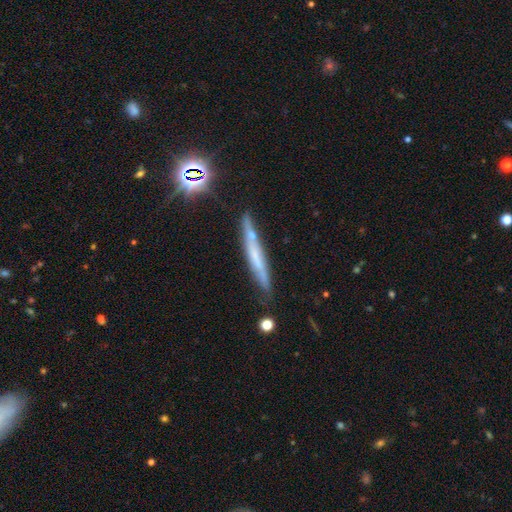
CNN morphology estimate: Smooth or featured? Predicted: featured or disk (p=0.49). Merging? Predicted: none (p=0.76).